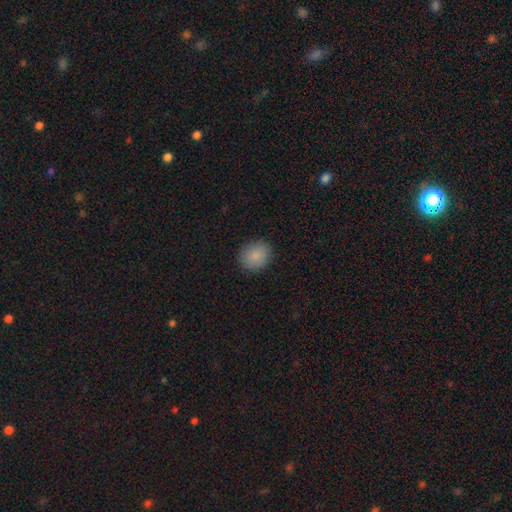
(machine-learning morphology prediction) This appears to be a smooth galaxy with no disk features (87%) that is round (69%). Merging: none (88%).